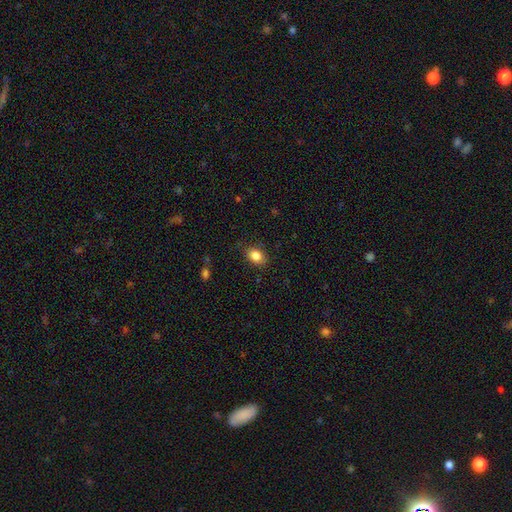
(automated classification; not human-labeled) Smooth or featured?
  - smooth: 85% *
  - star or artifact: 9%
  - featured or disk: 6%
How rounded?
  - in between: 73% *
  - round: 25%
  - cigar-shaped: 1%
Merging?
  - none: 83% *
  - minor disturbance: 13%
  - major disturbance: 3%
  - merger: 1%